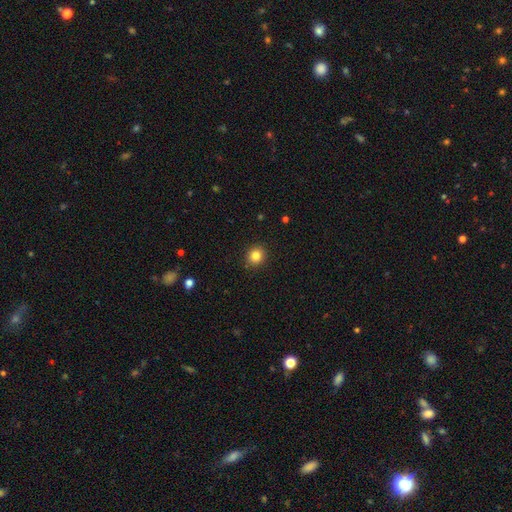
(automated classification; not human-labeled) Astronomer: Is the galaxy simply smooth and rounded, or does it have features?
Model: smooth — 83%.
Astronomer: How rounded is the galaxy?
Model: round — 88%.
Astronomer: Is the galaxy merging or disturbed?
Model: none — 92%.